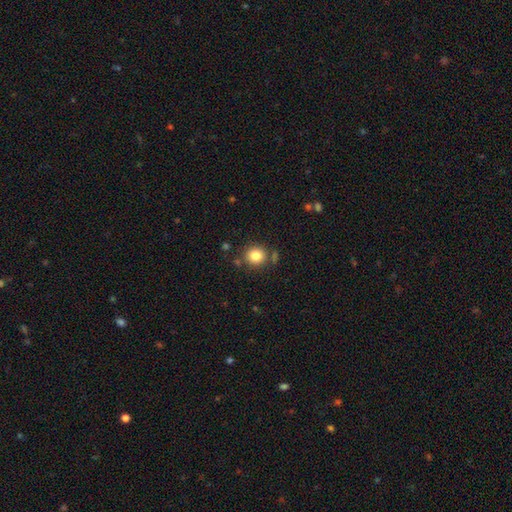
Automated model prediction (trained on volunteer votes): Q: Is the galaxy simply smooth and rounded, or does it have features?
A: smooth — 83%.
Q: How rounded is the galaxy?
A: round — 88%.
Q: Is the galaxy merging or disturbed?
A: none — 79%.